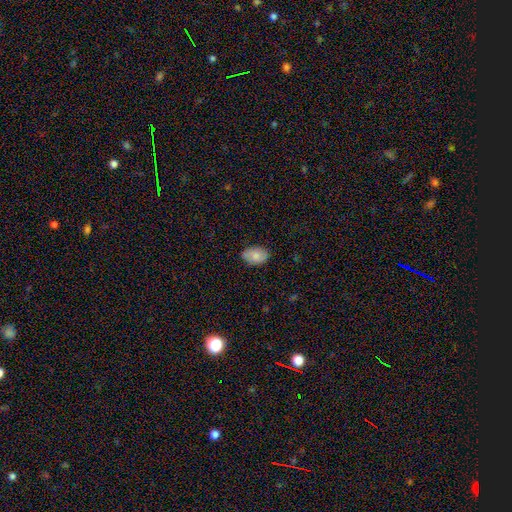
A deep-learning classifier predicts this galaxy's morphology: Q: Smooth or featured?
A: smooth (79%); runner-up: featured or disk (14%)
Q: How rounded?
A: in between (87%); runner-up: round (12%)
Q: Merging?
A: none (79%); runner-up: minor disturbance (17%)